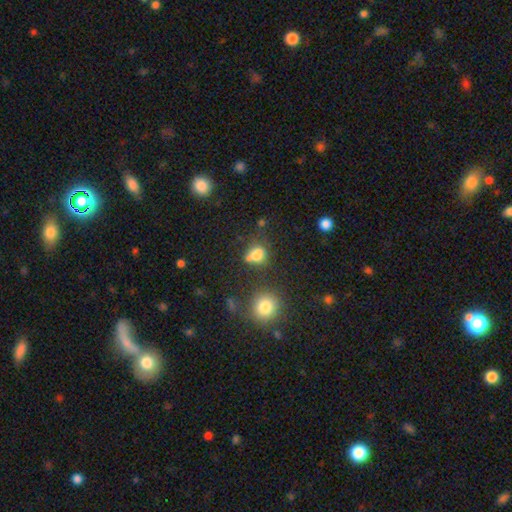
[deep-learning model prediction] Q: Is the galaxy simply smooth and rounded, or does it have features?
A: smooth — 75%.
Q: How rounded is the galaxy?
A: round — 53%.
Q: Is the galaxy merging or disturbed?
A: none — 48%.